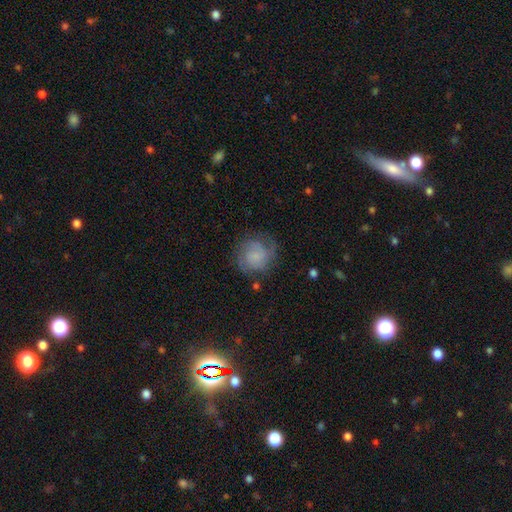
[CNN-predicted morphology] A featured or disk galaxy (52%) with no bar (69%), spiral arms (88%) and no central bulge (43%).

Vote fractions:
- Smooth or featured? featured or disk: 52% / smooth: 40% / star or artifact: 8%
- Edge-on disk? no: 98% / yes: 2%
- Bar? no: 69% / weak: 27% / strong: 4%
- Spiral arms? yes: 88% / no: 12%
- Bulge size? none: 43% / small: 36% / moderate: 14% / large: 5% / dominant: 2%
- Merging? none: 68% / minor disturbance: 19% / major disturbance: 11% / merger: 2%